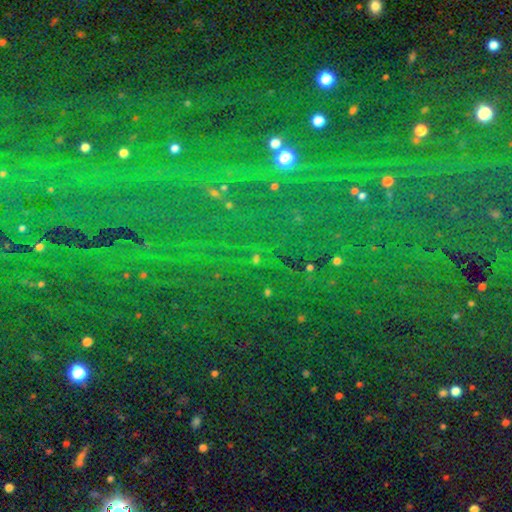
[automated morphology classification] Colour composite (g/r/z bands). It shows a star or artifact, not a galaxy (84%).